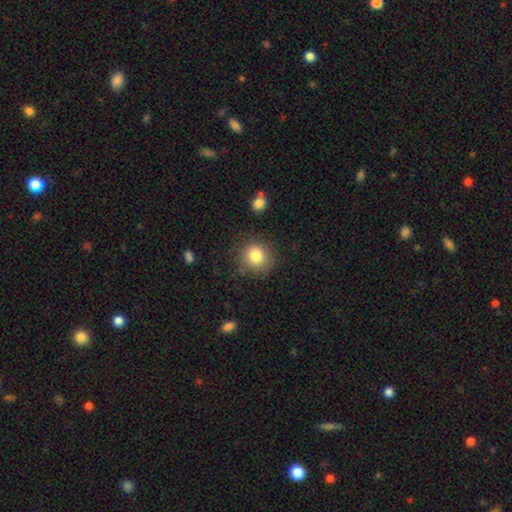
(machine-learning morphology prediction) smooth_or_featured: smooth (p=0.82) [alt: star or artifact p=0.10]
how_rounded: round (p=0.90) [alt: in between p=0.09]
merging: none (p=0.84) [alt: minor disturbance p=0.10]